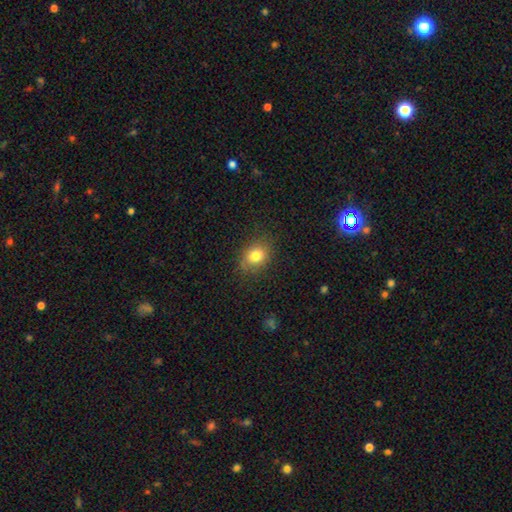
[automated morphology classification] This is likely a smooth galaxy (79%). How rounded: possibly round (50%). Merging: likely none (79%).